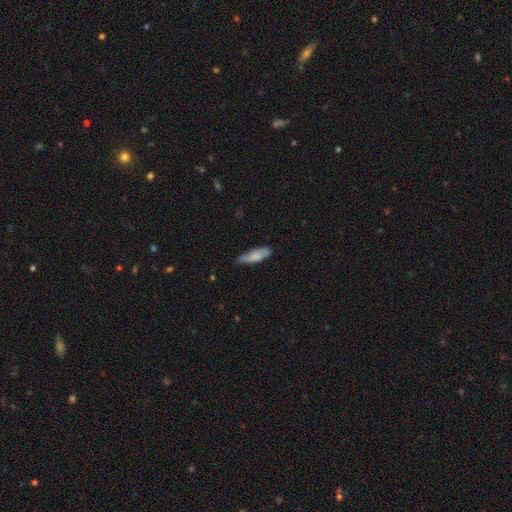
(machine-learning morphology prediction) Smooth or featured: smooth — 75% (featured or disk — 19%)
How rounded: in between — 55% (cigar-shaped — 44%)
Merging: none — 71% (minor disturbance — 24%)